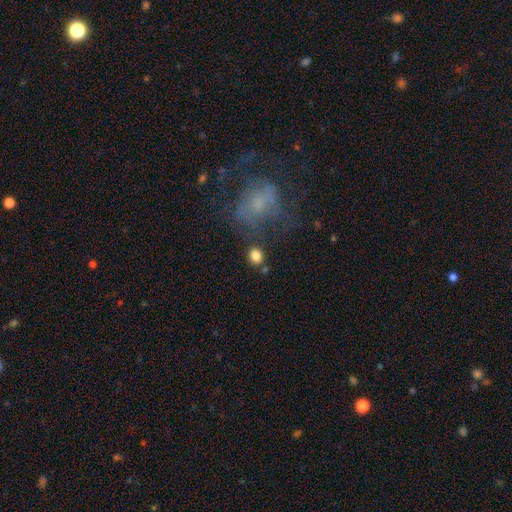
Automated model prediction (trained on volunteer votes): smooth_or_featured: smooth (p=0.84) [alt: star or artifact p=0.10]
how_rounded: round (p=0.71) [alt: in between p=0.28]
merging: none (p=0.76) [alt: minor disturbance p=0.11]